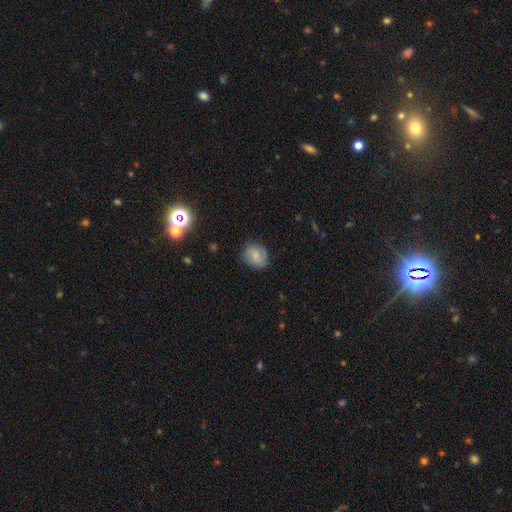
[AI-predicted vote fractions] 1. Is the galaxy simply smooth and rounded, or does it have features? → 62% smooth, 29% featured or disk, 9% star or artifact.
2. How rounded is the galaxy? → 57% round, 42% in between, 1% cigar-shaped.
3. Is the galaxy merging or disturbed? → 73% none, 20% minor disturbance, 5% major disturbance, 1% merger.